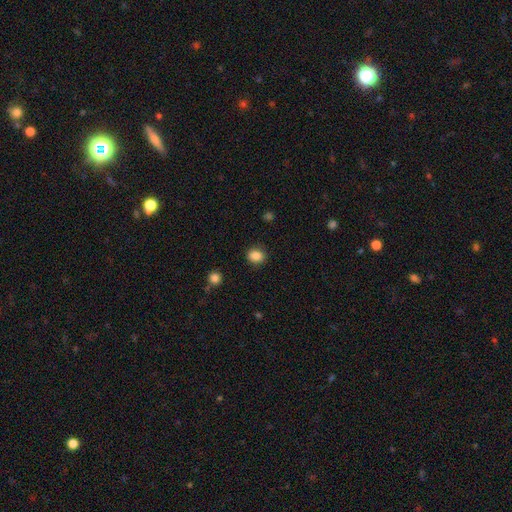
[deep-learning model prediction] A smooth galaxy with no disk features (87%) that is round (63%). Merging: none (88%).